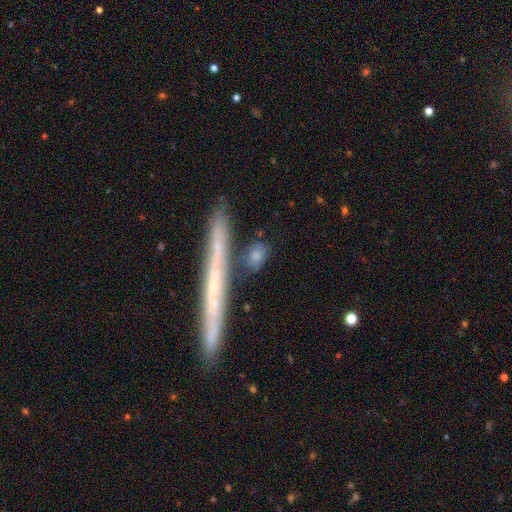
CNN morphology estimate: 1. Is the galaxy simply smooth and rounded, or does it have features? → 70% smooth, 20% featured or disk, 10% star or artifact.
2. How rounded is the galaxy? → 44% in between, 33% cigar-shaped, 23% round.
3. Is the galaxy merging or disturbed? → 67% none, 16% minor disturbance, 12% merger, 6% major disturbance.